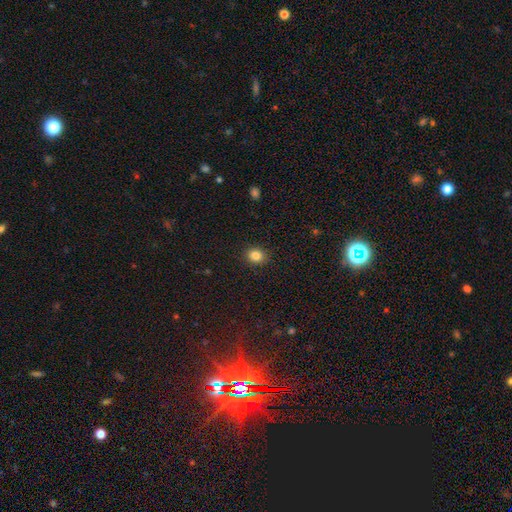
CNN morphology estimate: Smooth or featured?
  - smooth: 85% *
  - star or artifact: 11%
  - featured or disk: 5%
How rounded?
  - round: 61% *
  - in between: 39%
  - cigar-shaped: 1%
Merging?
  - none: 90% *
  - minor disturbance: 7%
  - major disturbance: 2%
  - merger: 1%